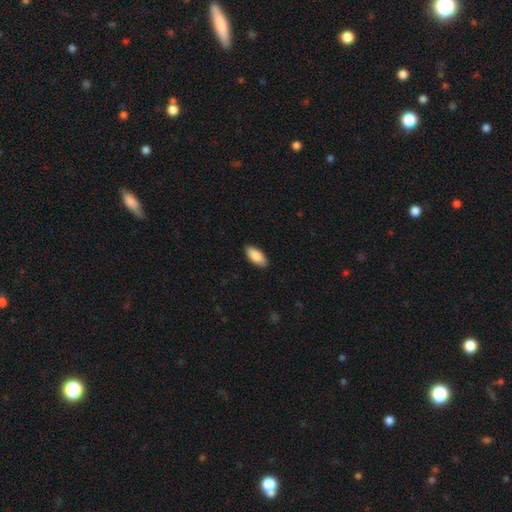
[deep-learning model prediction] Smooth or featured: smooth — 89% (star or artifact — 6%)
How rounded: in between — 92% (cigar-shaped — 6%)
Merging: none — 89% (minor disturbance — 8%)